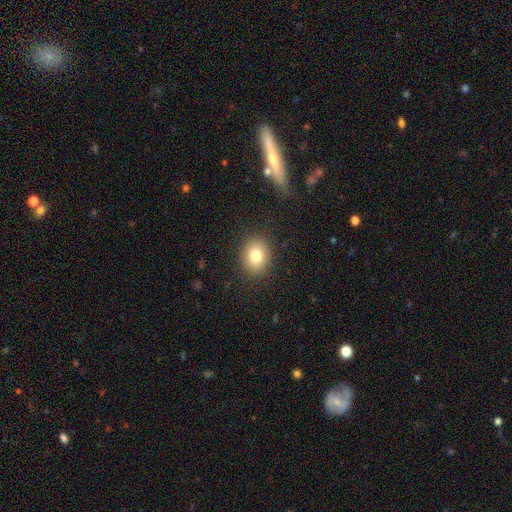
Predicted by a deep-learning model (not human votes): A smooth galaxy with no disk features (80%) that is round (55%).

Vote fractions:
- Smooth or featured? smooth: 80% / star or artifact: 10% / featured or disk: 9%
- How rounded? round: 55% / in between: 44% / cigar-shaped: 1%
- Merging? none: 88% / minor disturbance: 8% / major disturbance: 3% / merger: 1%